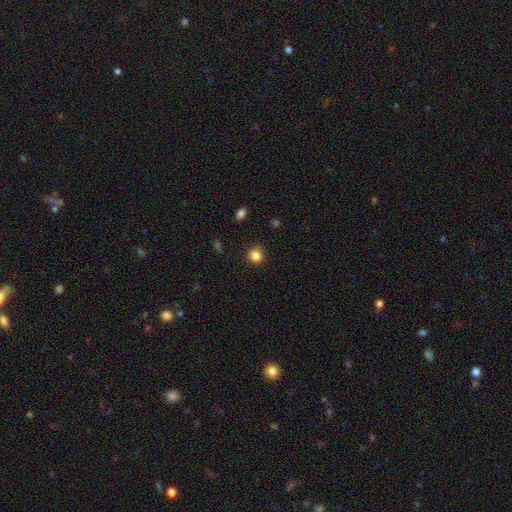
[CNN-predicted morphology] Smooth or featured: smooth — 85% (star or artifact — 11%)
How rounded: round — 88% (in between — 11%)
Merging: none — 89% (minor disturbance — 8%)